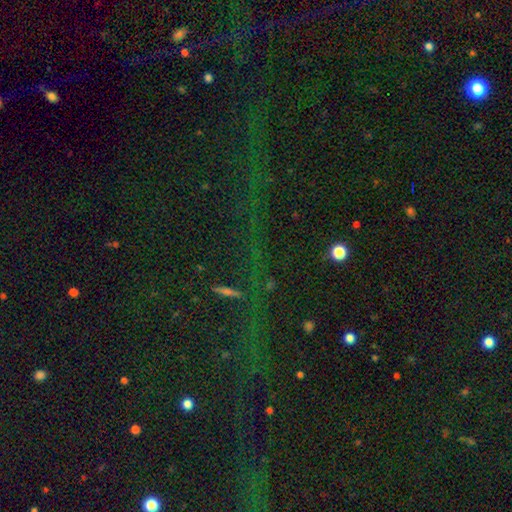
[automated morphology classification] smooth-or-featured: star or artifact: 78% | featured or disk: 11% | smooth: 11%